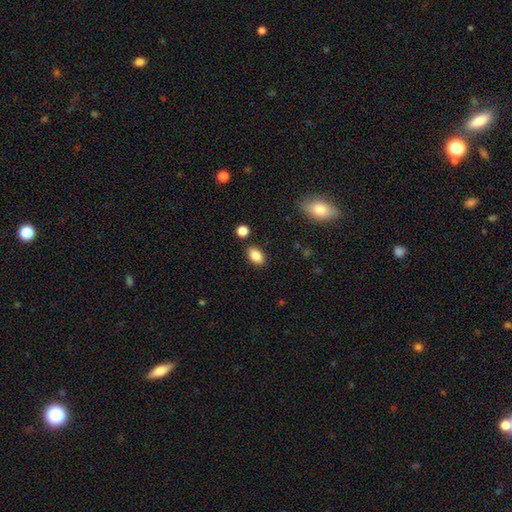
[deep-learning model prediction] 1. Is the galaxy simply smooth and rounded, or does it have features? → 86% smooth, 9% star or artifact, 5% featured or disk.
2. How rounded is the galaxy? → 88% in between, 10% round, 2% cigar-shaped.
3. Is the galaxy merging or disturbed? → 84% none, 10% minor disturbance, 4% merger, 2% major disturbance.